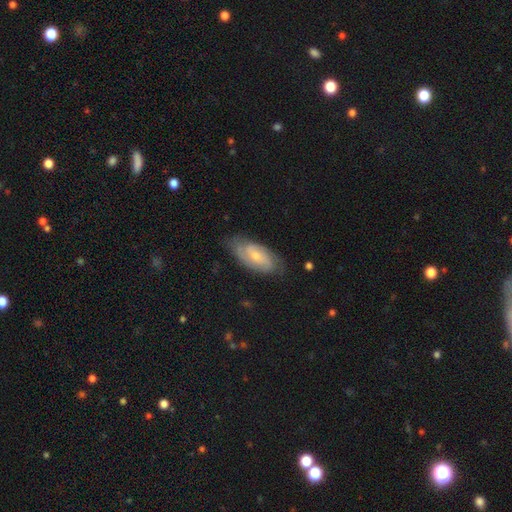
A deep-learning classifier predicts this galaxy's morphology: Smooth or featured: featured or disk — 69% (smooth — 25%)
Edge-on disk: no — 93% (yes — 7%)
Bar: no — 51% (weak — 40%)
Spiral arms: yes — 91% (no — 9%)
Spiral winding: tight — 45% (medium — 41%)
Spiral arm count: 2 — 70% (can't tell — 19%)
Bulge size: small — 60% (moderate — 35%)
Merging: none — 71% (minor disturbance — 22%)